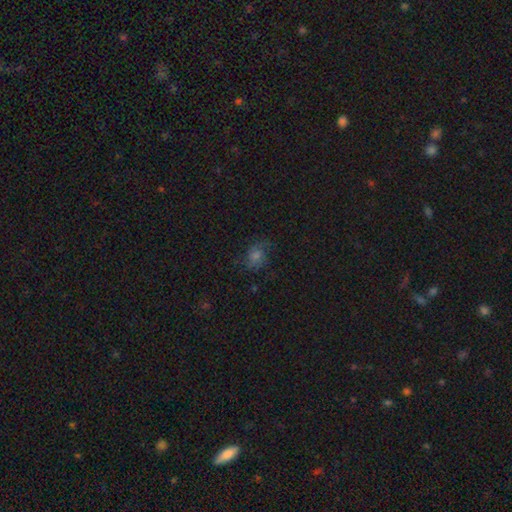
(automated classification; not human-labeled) Overall: smooth (47%; featured or disk 28%). Merging: none (66%).